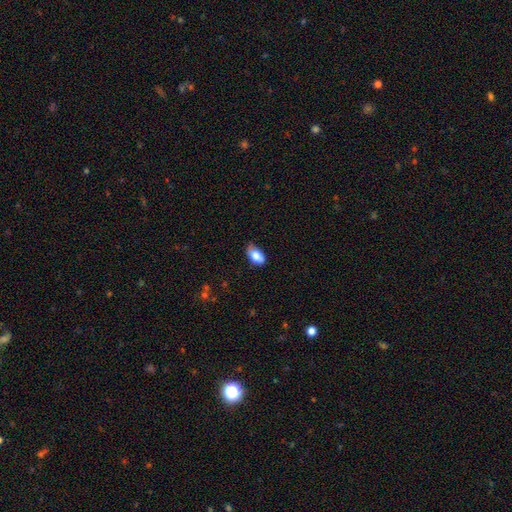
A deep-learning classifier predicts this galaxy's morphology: smooth-or-featured: smooth: 81% | featured or disk: 12% | star or artifact: 7%
  how-rounded: in between: 91% | round: 7% | cigar-shaped: 2%
  merging: none: 58% | minor disturbance: 33% | major disturbance: 7% | merger: 2%